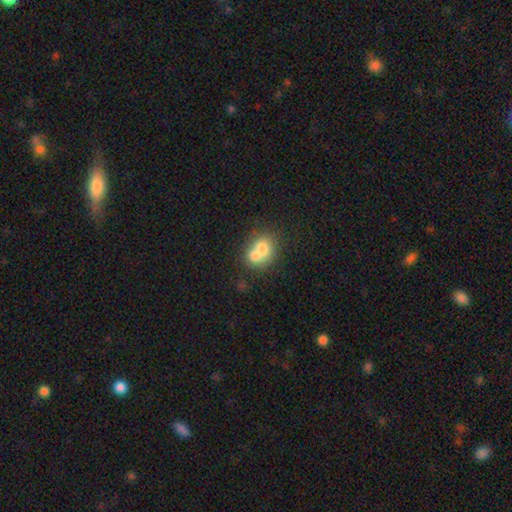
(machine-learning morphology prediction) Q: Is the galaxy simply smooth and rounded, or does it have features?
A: smooth — 69%.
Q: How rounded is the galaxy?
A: round — 56%.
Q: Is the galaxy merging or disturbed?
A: merger — 65%.